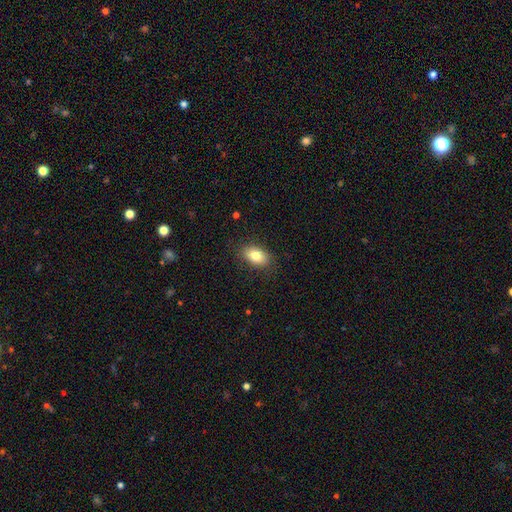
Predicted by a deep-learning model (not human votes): smooth 81%, featured or disk 10%, star or artifact 8%. Down the decision tree: how rounded — in between (88%); merging — none (86%).